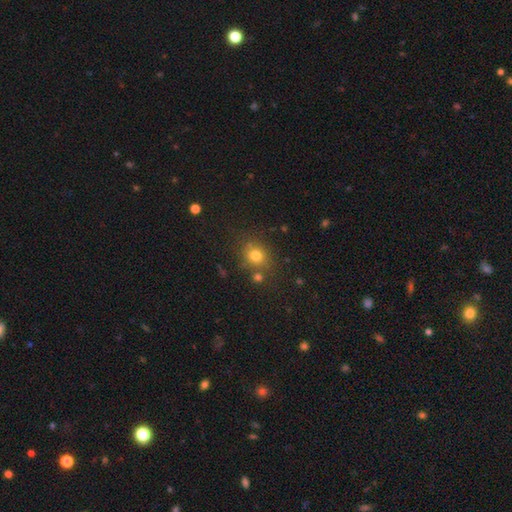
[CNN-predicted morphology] Smooth or featured: smooth — 75% (star or artifact — 16%)
How rounded: round — 76% (in between — 23%)
Merging: none — 74% (minor disturbance — 12%)